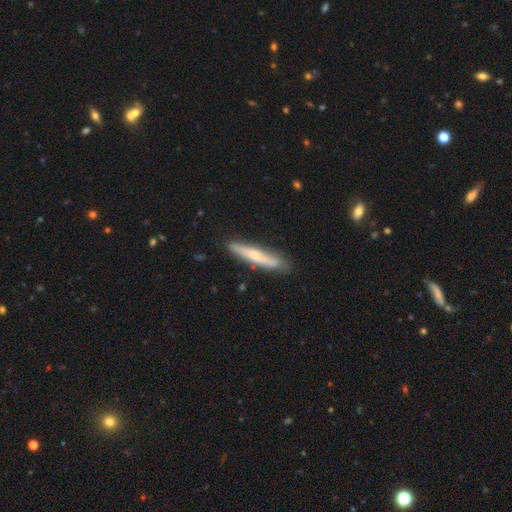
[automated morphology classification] smooth-or-featured: smooth: 54% | featured or disk: 41% | star or artifact: 6%
  how-rounded: cigar-shaped: 92% | in between: 6% | round: 1%
  merging: none: 83% | minor disturbance: 13% | major disturbance: 2% | merger: 2%